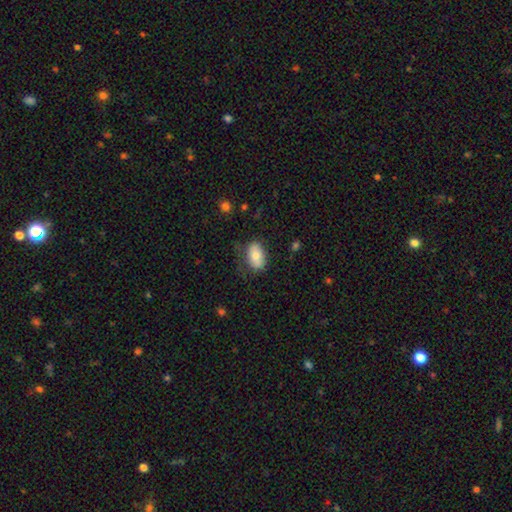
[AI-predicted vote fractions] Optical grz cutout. It shows a smooth galaxy with no disk features (73%) that is in between round and cigar-shaped (90%). Merging: none (68%).